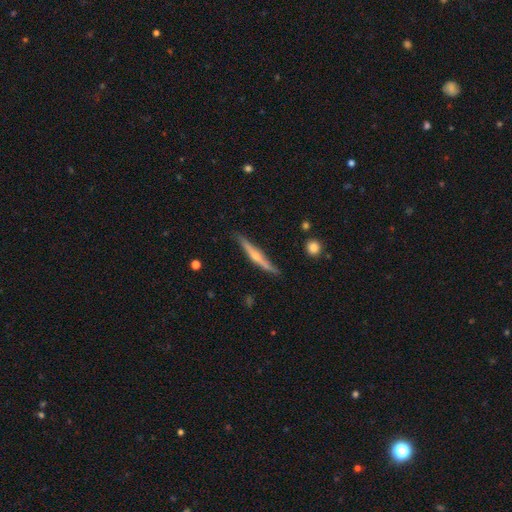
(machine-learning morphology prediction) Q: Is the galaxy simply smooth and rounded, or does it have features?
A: featured or disk — 71%.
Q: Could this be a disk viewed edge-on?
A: yes — 96%.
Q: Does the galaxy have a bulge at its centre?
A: rounded — 83%.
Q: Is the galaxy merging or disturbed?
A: none — 85%.